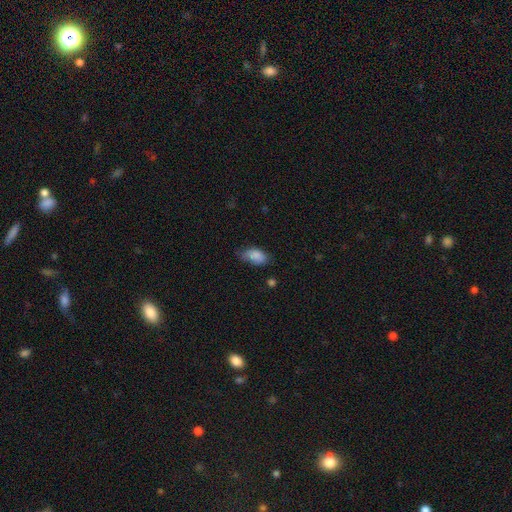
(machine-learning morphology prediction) smooth-or-featured: smooth: 86% | star or artifact: 7% | featured or disk: 6%
  how-rounded: in between: 92% | round: 5% | cigar-shaped: 3%
  merging: none: 58% | minor disturbance: 33% | major disturbance: 7% | merger: 2%